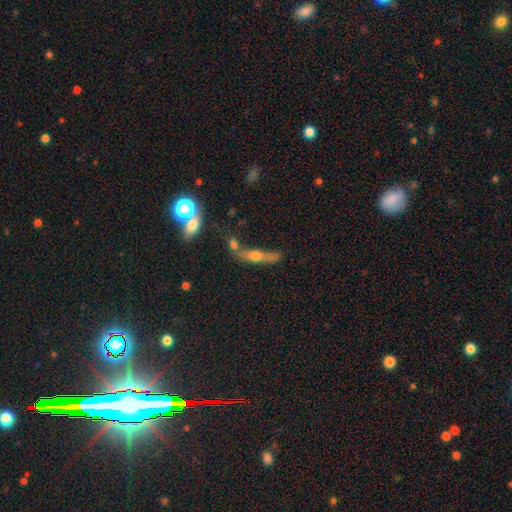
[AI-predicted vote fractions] Smooth or featured?
  - smooth: 46% *
  - featured or disk: 42%
  - star or artifact: 12%
Merging?
  - none: 46% *
  - merger: 27%
  - minor disturbance: 17%
  - major disturbance: 11%